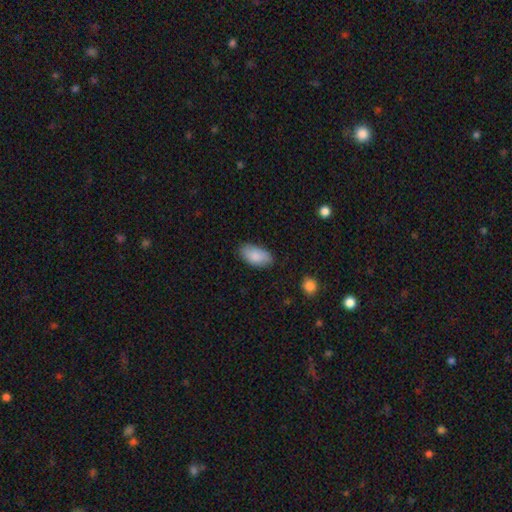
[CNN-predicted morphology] smooth 86%, featured or disk 8%, star or artifact 6%. Down the decision tree: how rounded — in between (94%); merging — none (81%).